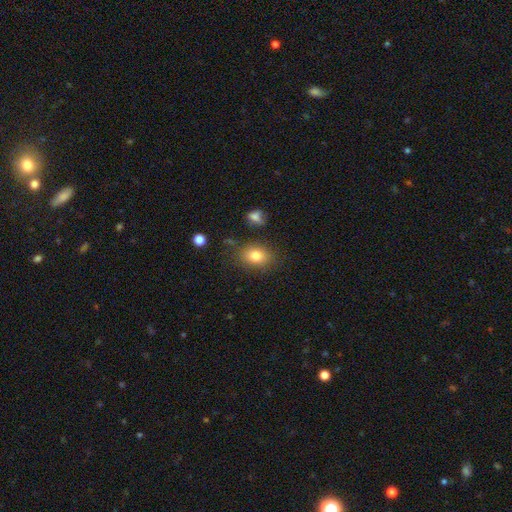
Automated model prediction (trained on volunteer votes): smooth 81%, star or artifact 10%, featured or disk 9%. Down the decision tree: how rounded — in between (64%); merging — none (79%).